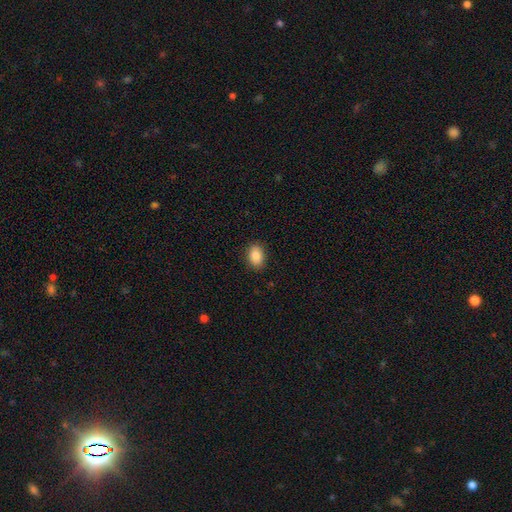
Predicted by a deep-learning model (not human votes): This appears to be a smooth galaxy with no disk features (85%) that is in between round and cigar-shaped (76%). Merging: none (89%).